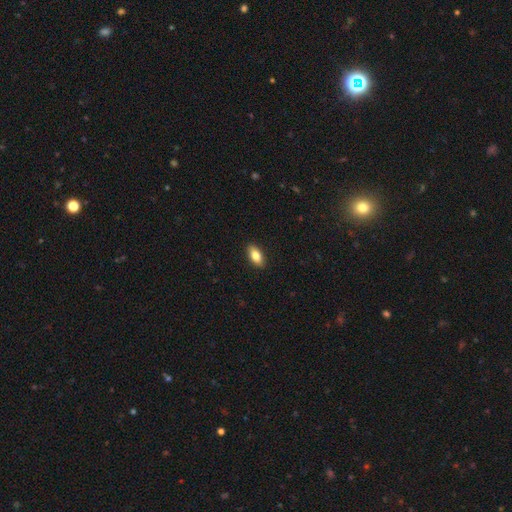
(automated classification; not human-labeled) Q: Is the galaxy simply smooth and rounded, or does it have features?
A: smooth — 80%.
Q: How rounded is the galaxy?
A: in between — 87%.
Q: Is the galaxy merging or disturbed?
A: none — 90%.